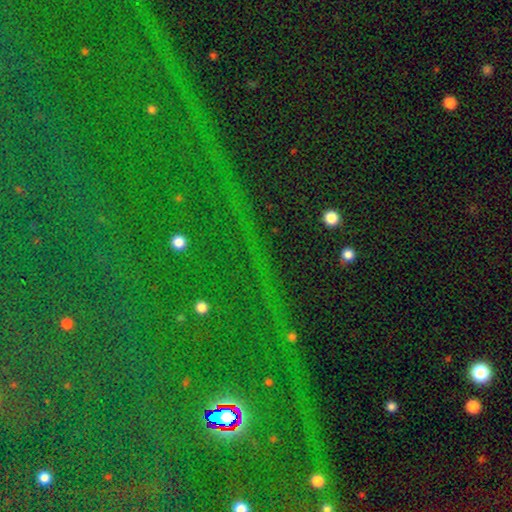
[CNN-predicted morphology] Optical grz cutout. It shows a star or artifact, not a galaxy (84%).